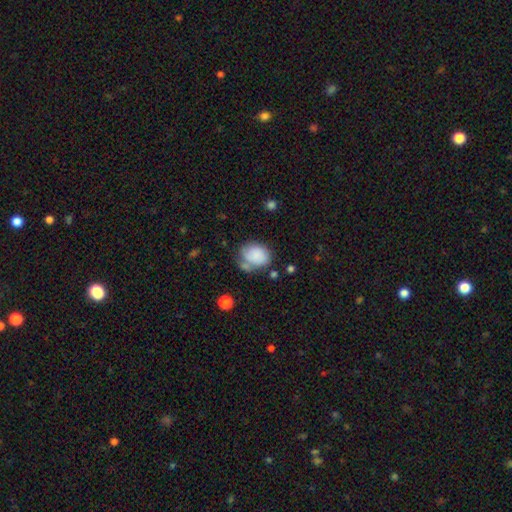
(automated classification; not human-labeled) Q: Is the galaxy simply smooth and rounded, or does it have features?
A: smooth — 82%.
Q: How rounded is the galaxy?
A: in between — 56%.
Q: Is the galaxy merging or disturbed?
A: none — 46%.